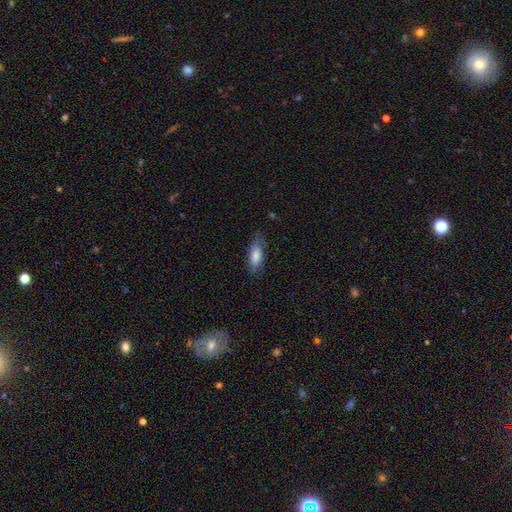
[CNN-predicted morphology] type=smooth (77%); roundness=in between (70%); merging=none (73%).